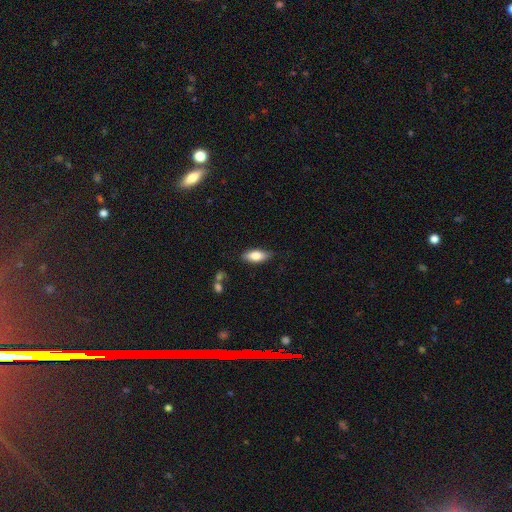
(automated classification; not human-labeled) The model was most divided on "smooth or featured": smooth: 78%, featured or disk: 16%, star or artifact: 6%. More confident: how rounded — in between (81%); merging — none (80%).